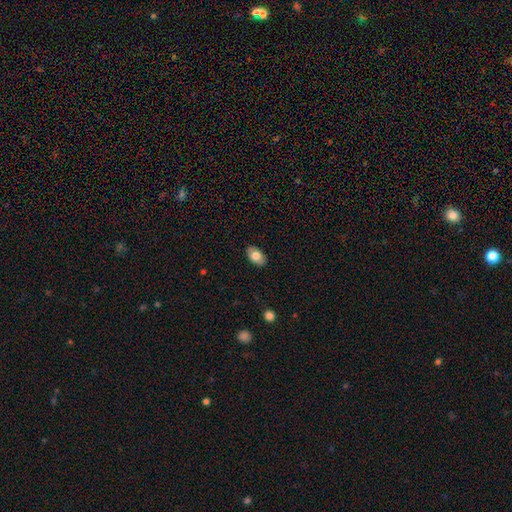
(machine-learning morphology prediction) smooth-or-featured: smooth: 77% | featured or disk: 16% | star or artifact: 7%
  how-rounded: in between: 91% | round: 8% | cigar-shaped: 1%
  merging: none: 87% | minor disturbance: 10% | major disturbance: 2% | merger: 1%